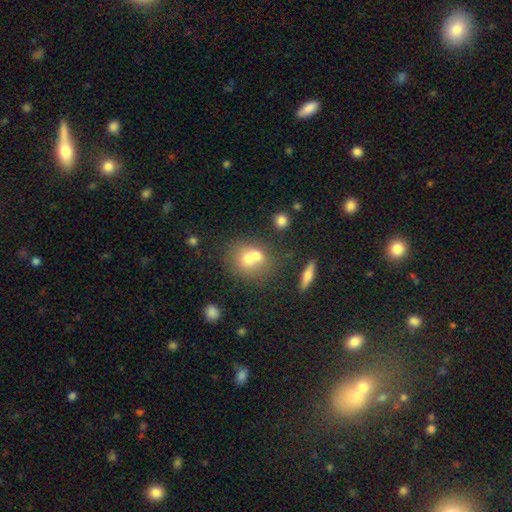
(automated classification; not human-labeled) Overall: smooth (59%; featured or disk 24%). How rounded: round (69%; in between 29%). Merging: merger (53%; none 36%).